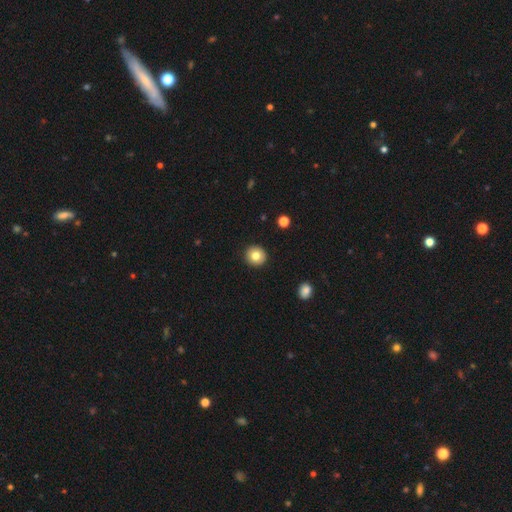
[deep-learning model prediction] smooth_or_featured: smooth (p=0.82) [alt: star or artifact p=0.09]
how_rounded: round (p=0.93) [alt: in between p=0.06]
merging: none (p=0.93) [alt: minor disturbance p=0.04]